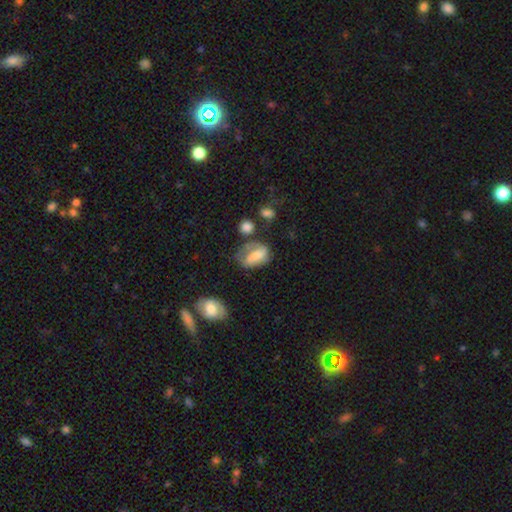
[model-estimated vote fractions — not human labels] Smooth or featured: smooth — 64% (featured or disk — 27%)
How rounded: in between — 83% (round — 14%)
Merging: none — 35% (minor disturbance — 29%)